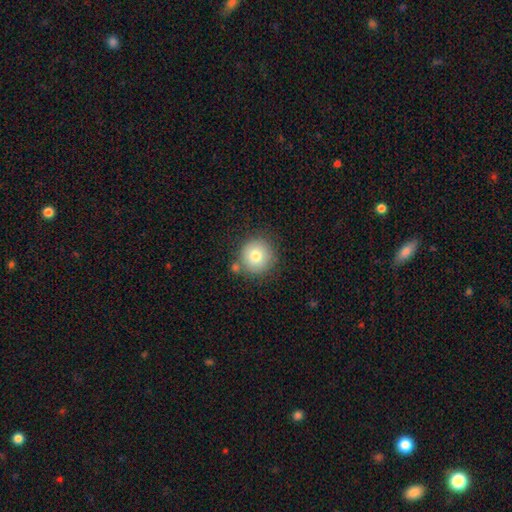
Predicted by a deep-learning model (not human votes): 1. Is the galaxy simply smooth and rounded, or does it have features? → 78% smooth, 12% featured or disk, 10% star or artifact.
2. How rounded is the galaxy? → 94% round, 5% in between, 1% cigar-shaped.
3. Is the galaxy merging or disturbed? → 75% none, 12% minor disturbance, 10% merger, 3% major disturbance.